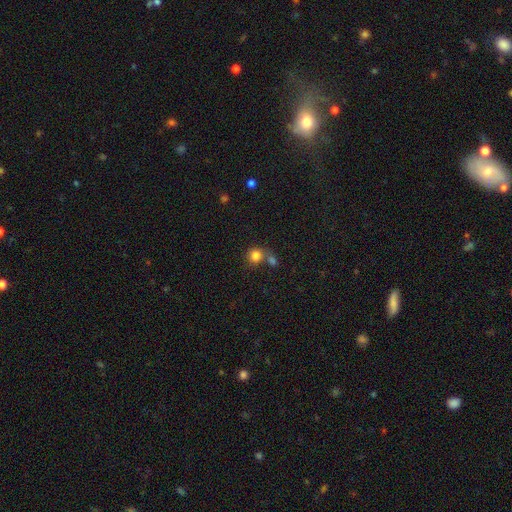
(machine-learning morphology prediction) Q: Smooth or featured?
A: smooth (83%); runner-up: star or artifact (11%)
Q: How rounded?
A: round (82%); runner-up: in between (17%)
Q: Merging?
A: none (52%); runner-up: merger (33%)